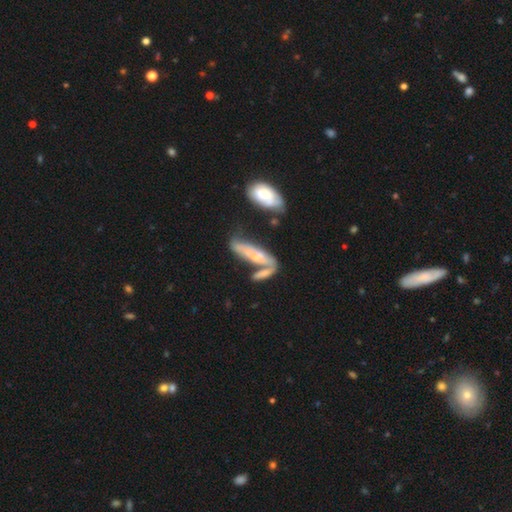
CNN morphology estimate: smooth_or_featured: featured or disk (p=0.51) [alt: smooth p=0.41]
disk_edge_on: no (p=0.58) [alt: yes p=0.42]
merging: merger (p=0.43) [alt: none p=0.28]